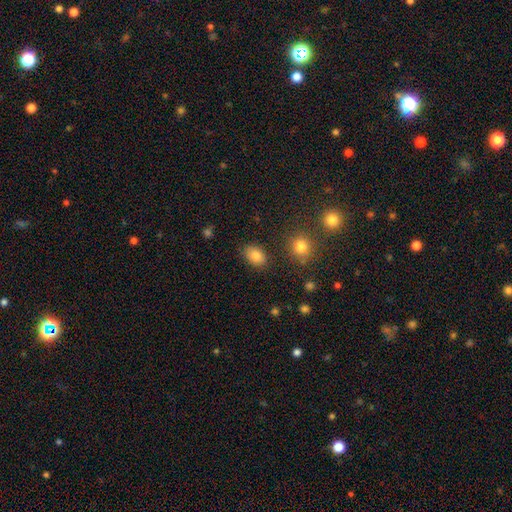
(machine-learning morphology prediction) A smooth galaxy with no disk features (84%) that is in between round and cigar-shaped (82%). Merging: none (84%).